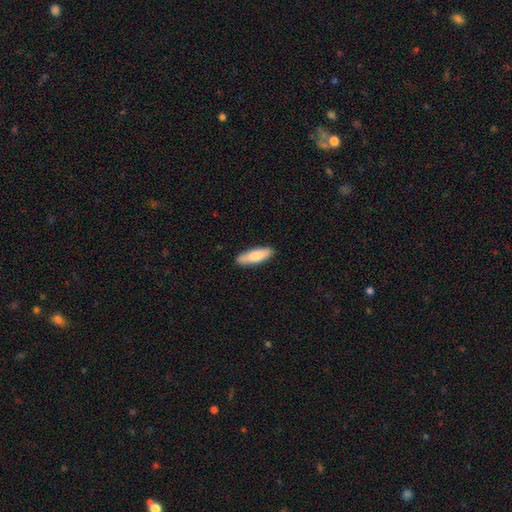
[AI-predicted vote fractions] A smooth galaxy with no disk features (80%) that is cigar-shaped (53%).

Vote fractions:
- Smooth or featured? smooth: 80% / featured or disk: 14% / star or artifact: 5%
- How rounded? cigar-shaped: 53% / in between: 45% / round: 2%
- Merging? none: 88% / minor disturbance: 9% / major disturbance: 2% / merger: 1%